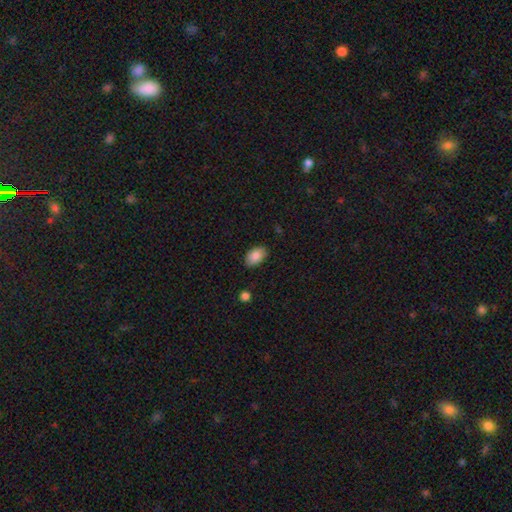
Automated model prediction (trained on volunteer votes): Overall: smooth (85%). How rounded: in between (90%). Merging: none (86%).